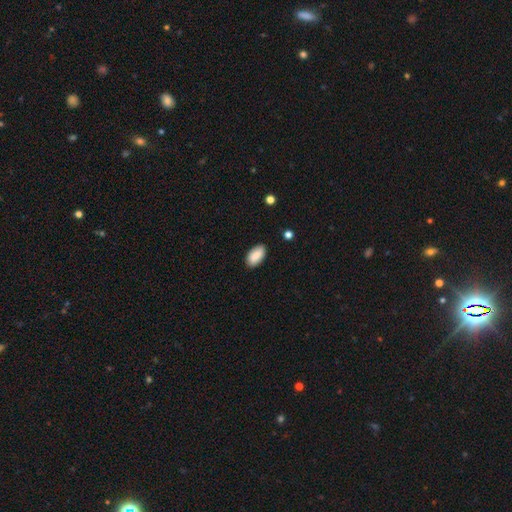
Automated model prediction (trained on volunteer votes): Overall: smooth (89%). How rounded: in between (95%). Merging: none (86%).